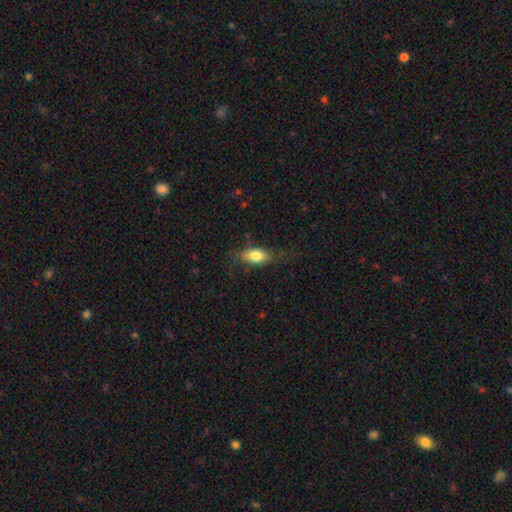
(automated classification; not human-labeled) Morphology: type=smooth (76%); roundness=in between (84%); merging=none (70%).